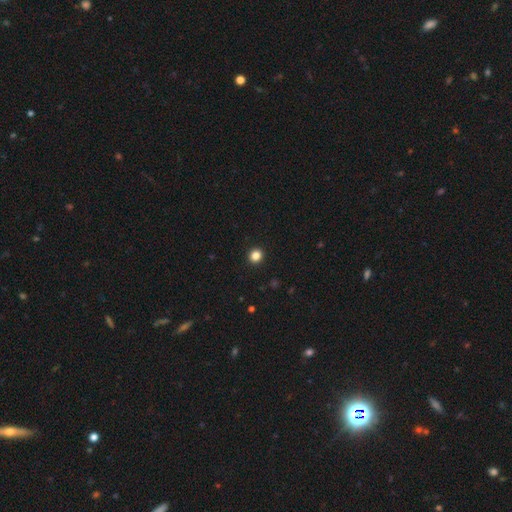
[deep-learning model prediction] Smooth or featured? Predicted: smooth (p=0.85). How rounded? Predicted: round (p=0.89). Merging? Predicted: none (p=0.93).